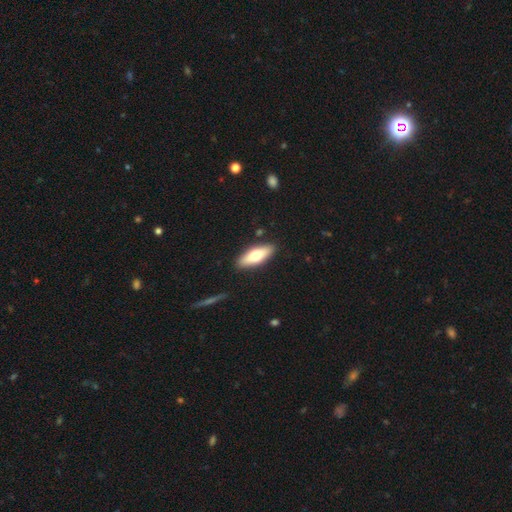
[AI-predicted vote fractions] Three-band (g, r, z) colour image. It shows a smooth galaxy with no disk features (62%) that is in between round and cigar-shaped (63%). Merging: none (88%).